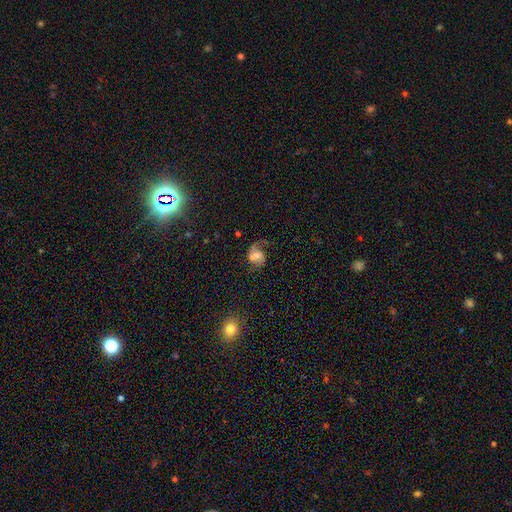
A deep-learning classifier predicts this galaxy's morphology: Smooth or featured? featured or disk (68%)
Edge-on disk? no (98%)
Bar? no (45%)
Spiral arms? yes (90%)
Spiral winding? loose (51%)
Spiral arm count? 2 (73%)
Bulge size? moderate (47%)
Merging? none (52%)